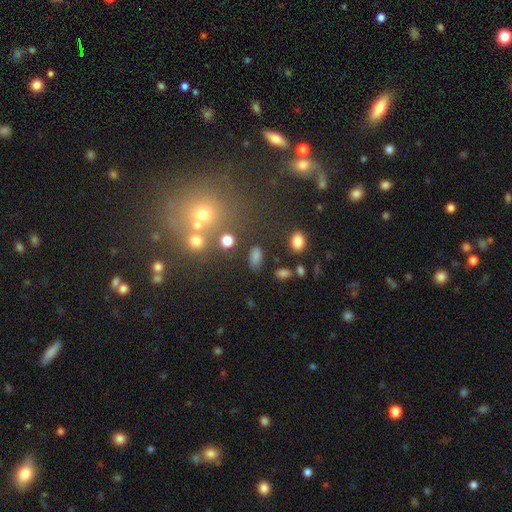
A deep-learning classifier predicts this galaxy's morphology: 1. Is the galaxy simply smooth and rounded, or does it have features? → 74% smooth, 16% star or artifact, 10% featured or disk.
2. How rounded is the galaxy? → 87% in between, 9% round, 4% cigar-shaped.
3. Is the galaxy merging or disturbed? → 78% none, 12% minor disturbance, 6% merger, 5% major disturbance.